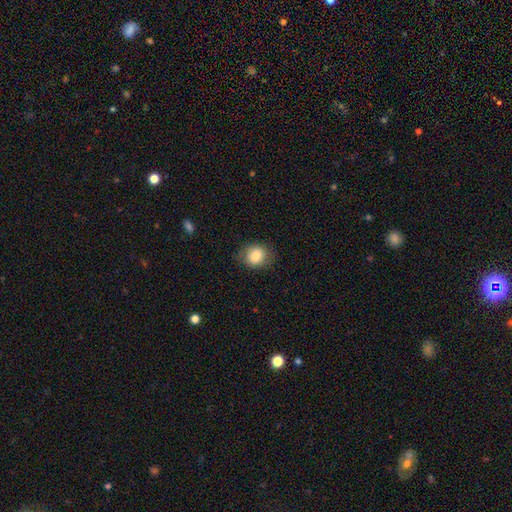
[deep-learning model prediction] A smooth galaxy with no disk features (83%) that is round (60%).

Vote fractions:
- Smooth or featured? smooth: 83% / featured or disk: 9% / star or artifact: 8%
- How rounded? round: 60% / in between: 39% / cigar-shaped: 1%
- Merging? none: 80% / minor disturbance: 15% / major disturbance: 5% / merger: 1%